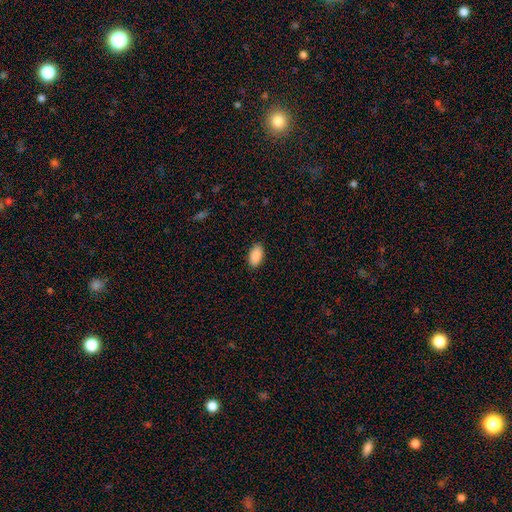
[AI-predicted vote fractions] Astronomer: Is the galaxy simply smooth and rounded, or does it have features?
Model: smooth — 91%.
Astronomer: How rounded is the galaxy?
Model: in between — 95%.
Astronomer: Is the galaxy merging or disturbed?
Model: none — 89%.